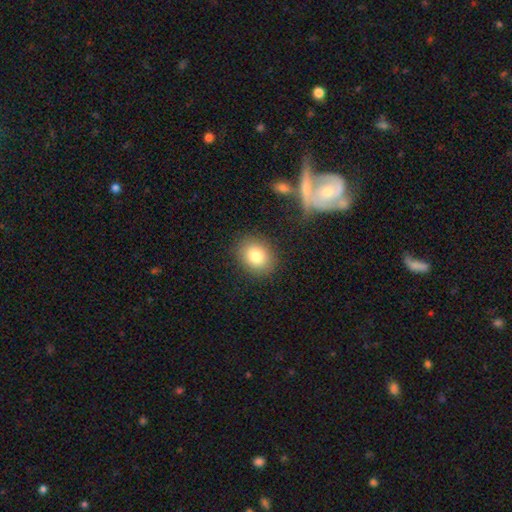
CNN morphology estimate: Smooth or featured? smooth (82%)
How rounded? round (59%)
Merging? none (86%)